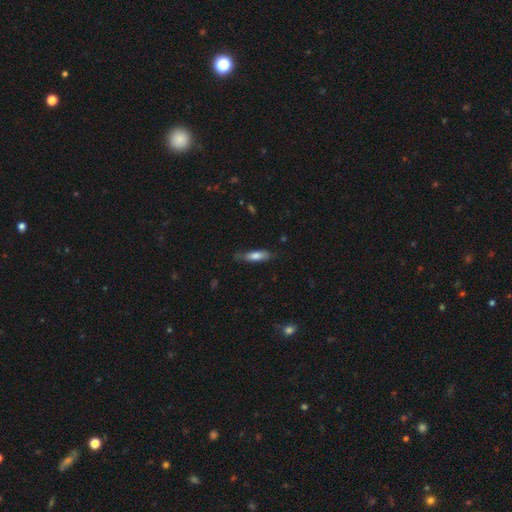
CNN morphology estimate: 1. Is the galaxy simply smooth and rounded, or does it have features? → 72% smooth, 22% featured or disk, 6% star or artifact.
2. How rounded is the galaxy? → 58% cigar-shaped, 40% in between, 2% round.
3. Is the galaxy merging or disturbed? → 68% none, 25% minor disturbance, 6% major disturbance, 2% merger.